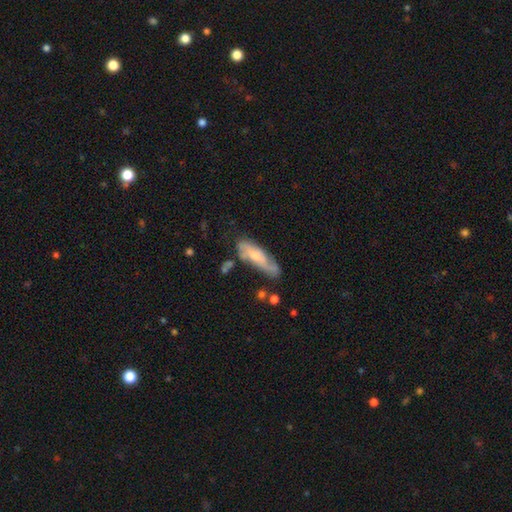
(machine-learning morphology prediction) A smooth galaxy with no disk features (49%). Merging: none (51%).